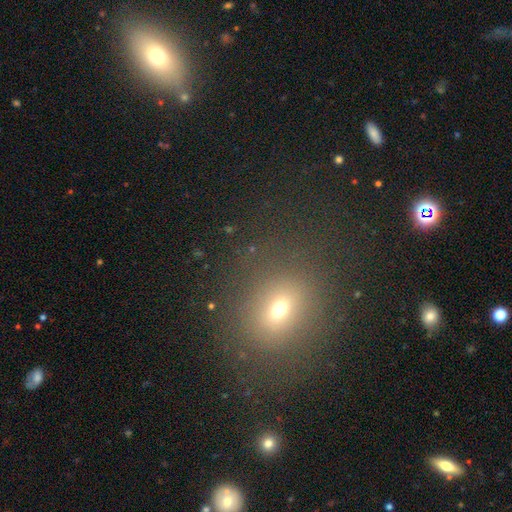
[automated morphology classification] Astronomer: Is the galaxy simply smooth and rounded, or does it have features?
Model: smooth — 59%.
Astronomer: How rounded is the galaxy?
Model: round — 55% (runner-up: in between, 43%).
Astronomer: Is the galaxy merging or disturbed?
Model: none — 81%.